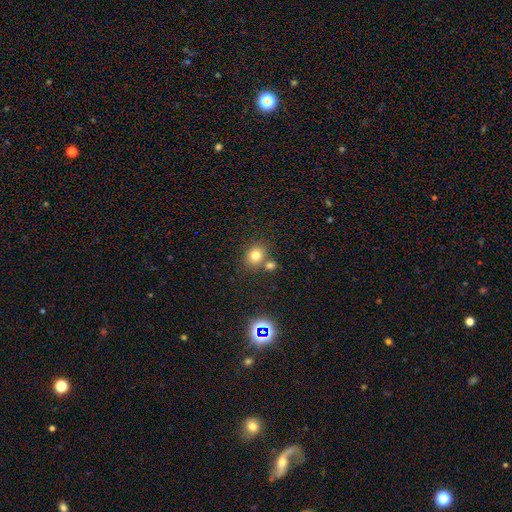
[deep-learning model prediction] smooth 77%, star or artifact 15%, featured or disk 8%. Down the decision tree: how rounded — round (70%); merging — none (65%).